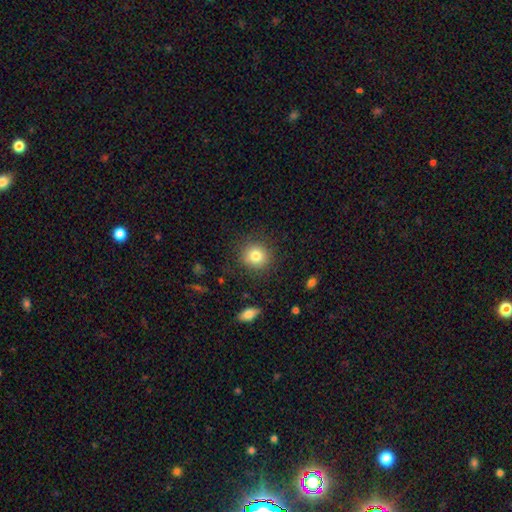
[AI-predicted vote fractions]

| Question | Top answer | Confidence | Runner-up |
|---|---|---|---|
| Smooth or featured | smooth | 82% | star or artifact (10%) |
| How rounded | round | 88% | in between (12%) |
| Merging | none | 87% | minor disturbance (9%) |